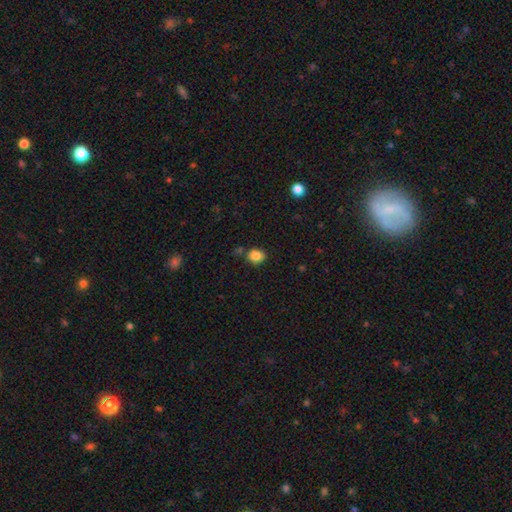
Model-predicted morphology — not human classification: smooth 85%, star or artifact 11%, featured or disk 5%. Down the decision tree: how rounded — round (57%); merging — none (74%).